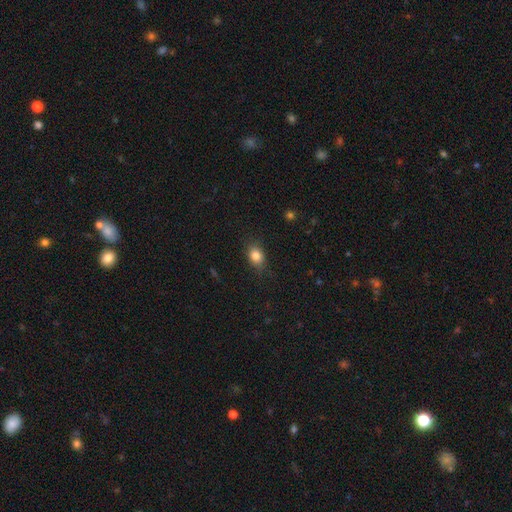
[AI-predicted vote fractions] This appears to be a smooth galaxy with no disk features (83%) that is in between round and cigar-shaped (66%). Merging: none (79%).